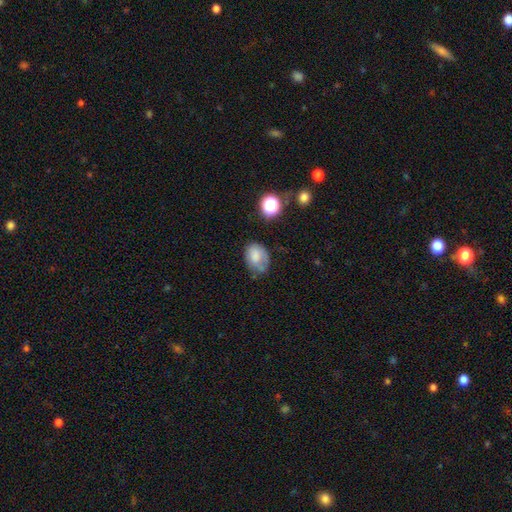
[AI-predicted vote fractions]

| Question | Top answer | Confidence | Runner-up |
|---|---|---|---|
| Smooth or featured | smooth | 71% | featured or disk (18%) |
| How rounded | in between | 74% | round (25%) |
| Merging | none | 49% | minor disturbance (33%) |